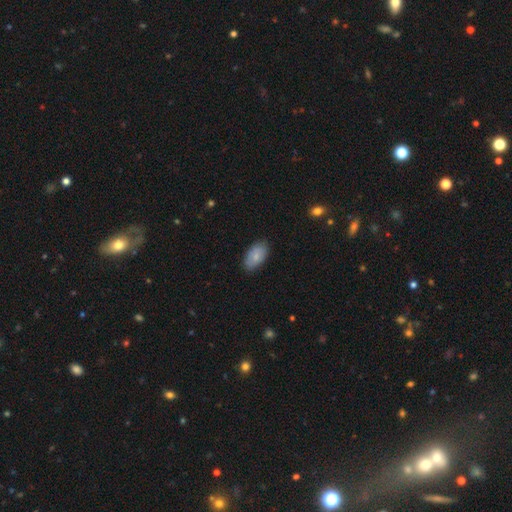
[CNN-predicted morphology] This is clearly a smooth galaxy (81%). How rounded: clearly in between (94%). Merging: clearly none (83%).